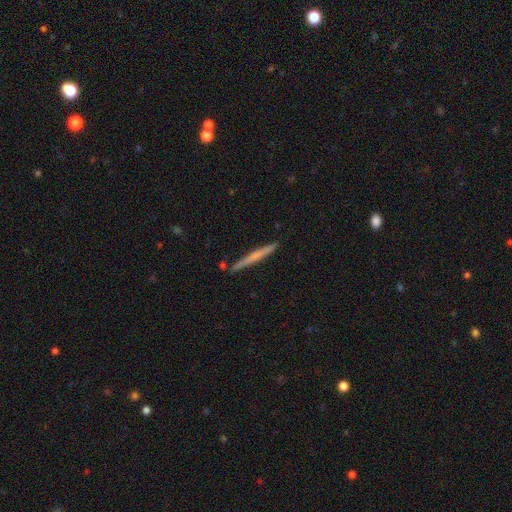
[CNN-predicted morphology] Overall: featured or disk (47%, tied with smooth). Merging: none (87%).